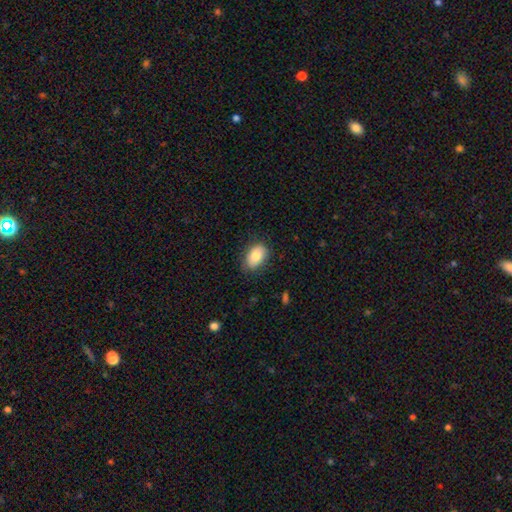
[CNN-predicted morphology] smooth-or-featured: smooth: 83% | featured or disk: 10% | star or artifact: 7%
  how-rounded: in between: 88% | round: 11% | cigar-shaped: 1%
  merging: none: 77% | minor disturbance: 18% | major disturbance: 4% | merger: 1%